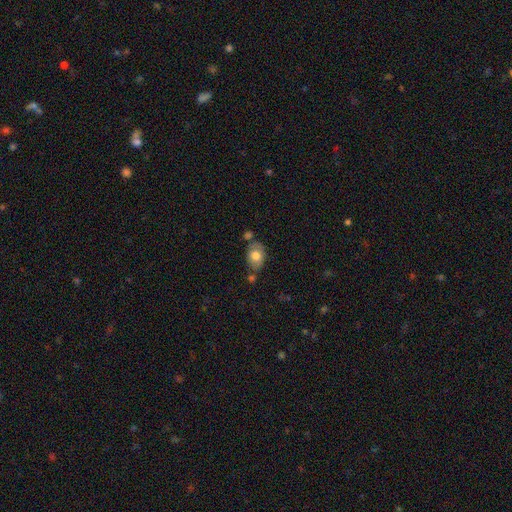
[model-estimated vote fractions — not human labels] The model was most divided on "merging": none: 56%, minor disturbance: 21%, merger: 16%, major disturbance: 6%. More confident: how rounded — in between (81%); smooth or featured — smooth (67%).